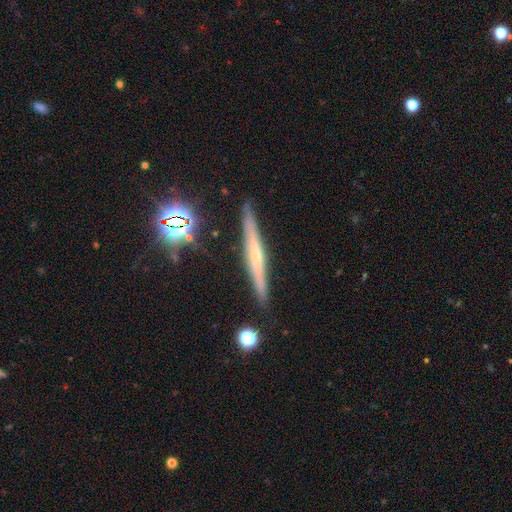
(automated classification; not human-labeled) Smooth or featured?
  - featured or disk: 64% *
  - smooth: 25%
  - star or artifact: 11%
Edge-on disk?
  - yes: 96% *
  - no: 4%
Edge-on bulge?
  - rounded: 53% *
  - none: 39%
  - boxy: 7%
Merging?
  - none: 89% *
  - minor disturbance: 8%
  - major disturbance: 2%
  - merger: 2%